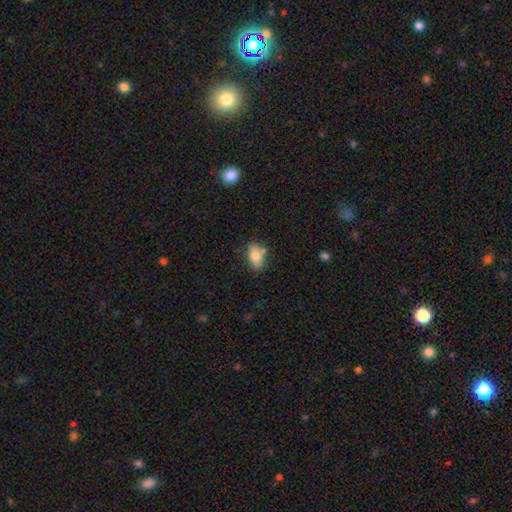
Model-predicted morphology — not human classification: Smooth or featured? Predicted: smooth (p=0.78). How rounded? Predicted: in between (p=0.87). Merging? Predicted: none (p=0.70).